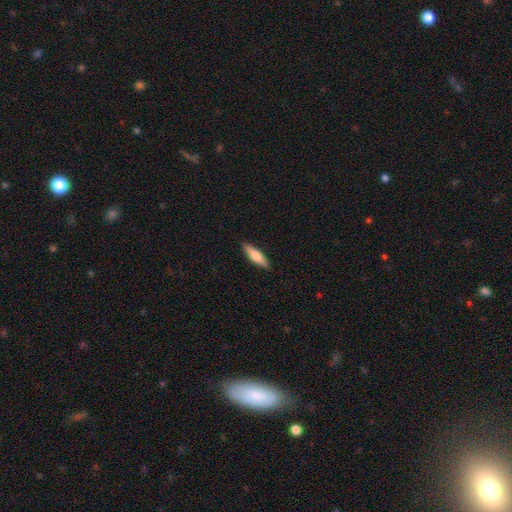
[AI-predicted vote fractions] Q: Smooth or featured?
A: smooth (63%); runner-up: featured or disk (31%)
Q: How rounded?
A: cigar-shaped (63%); runner-up: in between (36%)
Q: Merging?
A: none (90%); runner-up: minor disturbance (8%)